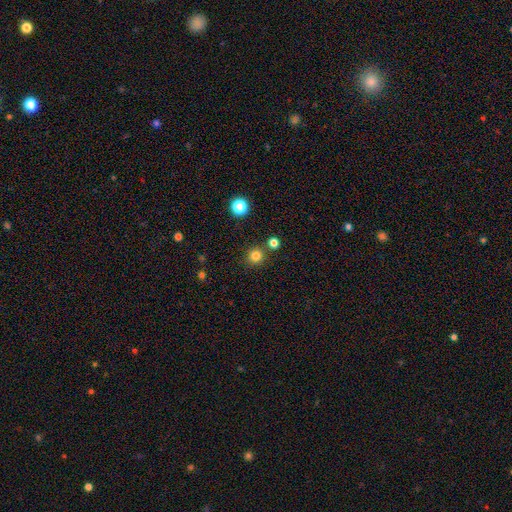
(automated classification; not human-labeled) This is clearly a smooth galaxy (82%). How rounded: clearly round (94%). Merging: clearly none (84%).